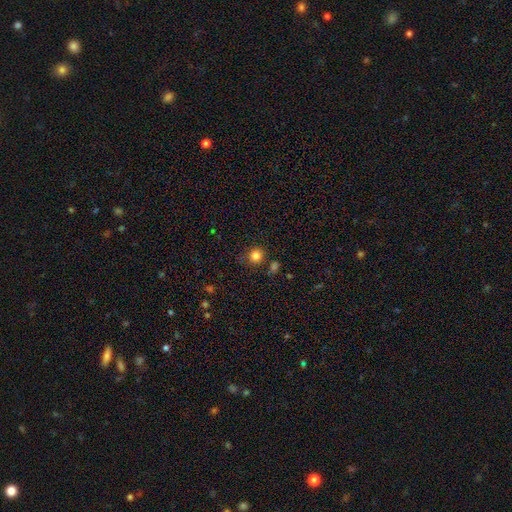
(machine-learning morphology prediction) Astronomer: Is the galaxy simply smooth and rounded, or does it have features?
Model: smooth — 83%.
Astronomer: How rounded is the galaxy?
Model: round — 90%.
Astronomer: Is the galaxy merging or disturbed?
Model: none — 79%.